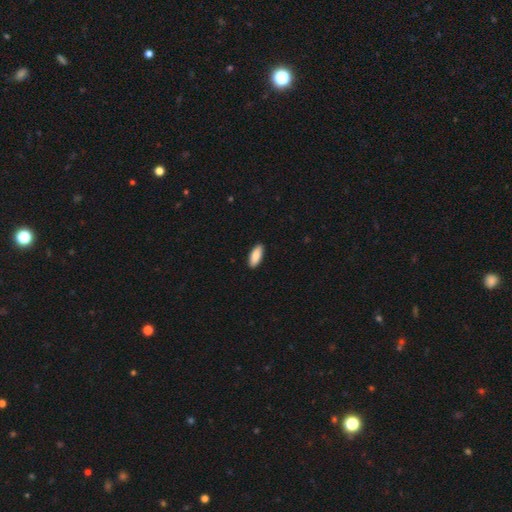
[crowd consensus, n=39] A smooth galaxy with no disk features (90%) that is in between round and cigar-shaped (83%). Merging: none (100%).